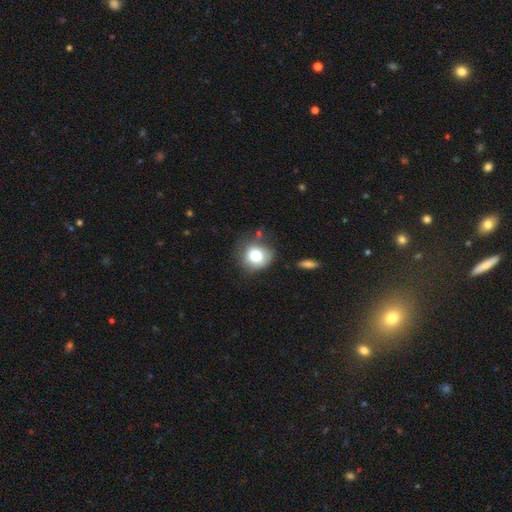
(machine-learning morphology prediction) This is likely a smooth galaxy (77%). How rounded: clearly round (82%). Merging: likely none (62%).